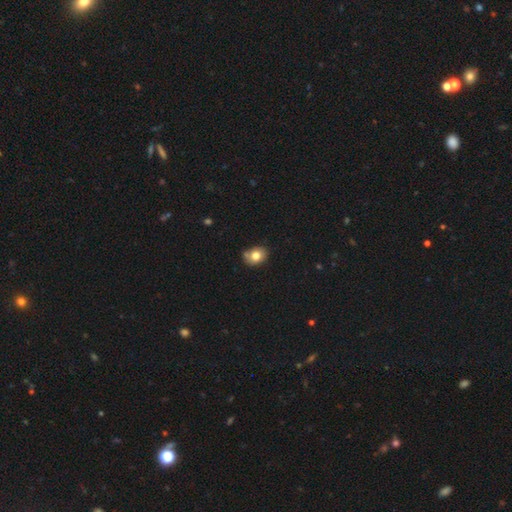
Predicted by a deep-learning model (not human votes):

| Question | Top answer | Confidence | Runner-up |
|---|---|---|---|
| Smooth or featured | smooth | 78% | featured or disk (12%) |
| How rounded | round | 53% | in between (46%) |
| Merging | none | 63% | minor disturbance (25%) |